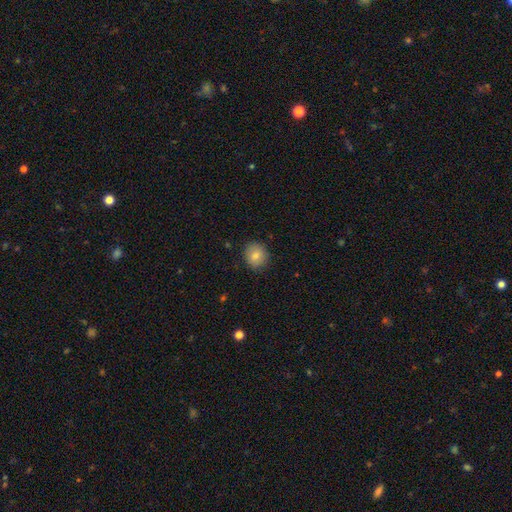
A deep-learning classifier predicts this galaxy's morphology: The model was most divided on "how rounded": round: 74%, in between: 25%, cigar-shaped: 1%. More confident: merging — none (86%); smooth or featured — smooth (82%).